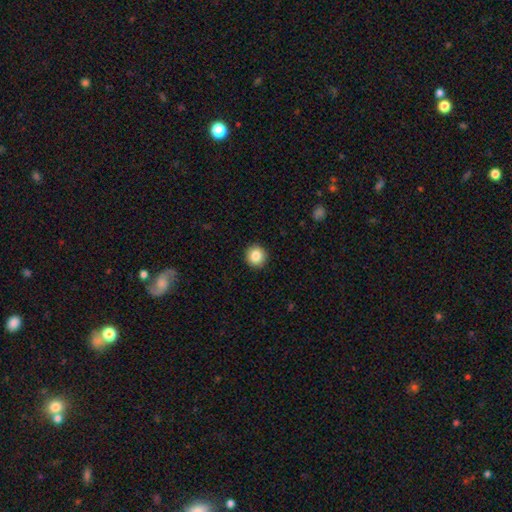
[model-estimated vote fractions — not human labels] The model was most divided on "smooth or featured": smooth: 85%, star or artifact: 9%, featured or disk: 6%. More confident: how rounded — round (94%); merging — none (93%).